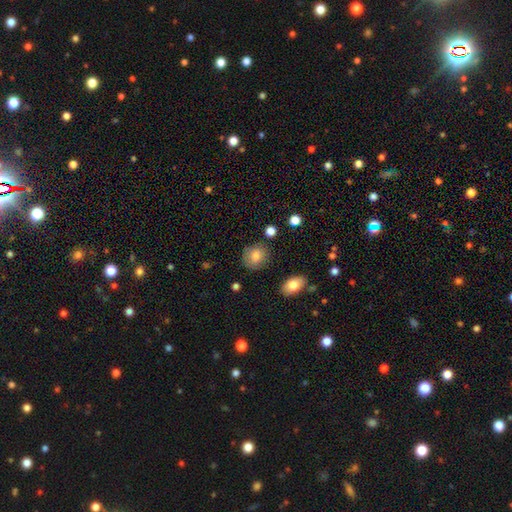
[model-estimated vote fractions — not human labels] Smooth or featured: smooth — 82% (featured or disk — 10%)
How rounded: round — 69% (in between — 30%)
Merging: none — 80% (minor disturbance — 14%)